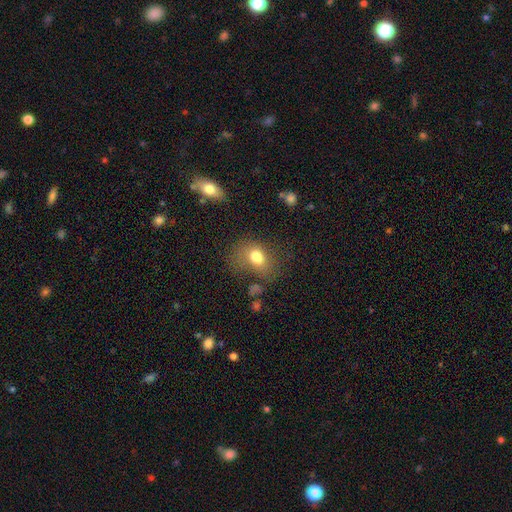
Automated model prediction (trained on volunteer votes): Smooth or featured? Predicted: smooth (p=0.74). How rounded? Predicted: in between (p=0.67). Merging? Predicted: none (p=0.43).